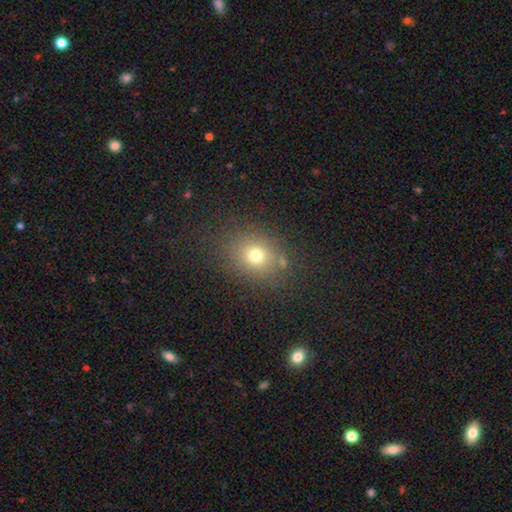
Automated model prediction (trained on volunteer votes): This is likely a smooth galaxy (72%). How rounded: likely round (61%). Merging: clearly none (80%).